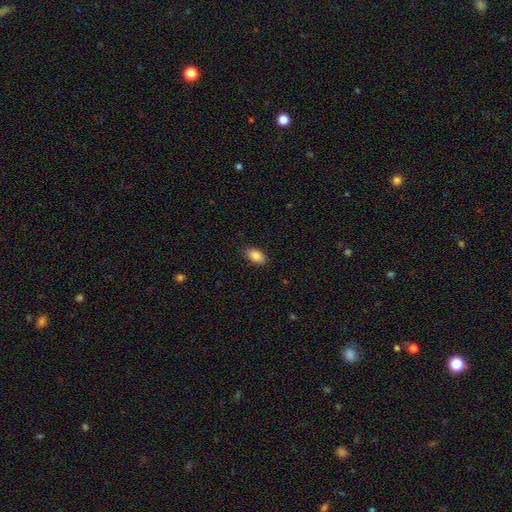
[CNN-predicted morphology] A smooth galaxy with no disk features (86%) that is in between round and cigar-shaped (92%).

Vote fractions:
- Smooth or featured? smooth: 86% / star or artifact: 7% / featured or disk: 7%
- How rounded? in between: 92% / round: 5% / cigar-shaped: 3%
- Merging? none: 87% / minor disturbance: 10% / major disturbance: 2% / merger: 1%